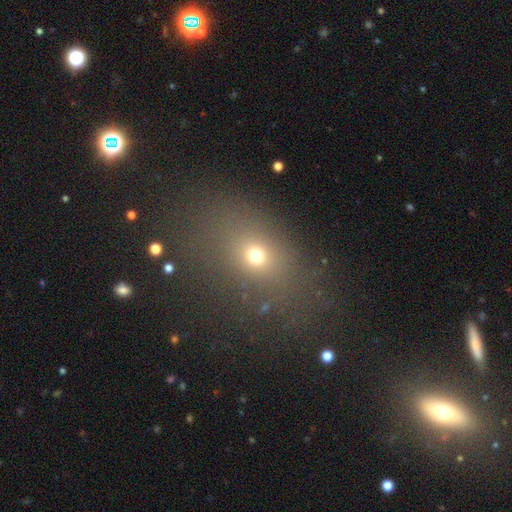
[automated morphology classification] Smooth or featured?
  - smooth: 66% *
  - star or artifact: 22%
  - featured or disk: 12%
How rounded?
  - in between: 58% *
  - round: 38%
  - cigar-shaped: 4%
Merging?
  - none: 71% *
  - minor disturbance: 13%
  - major disturbance: 10%
  - merger: 6%